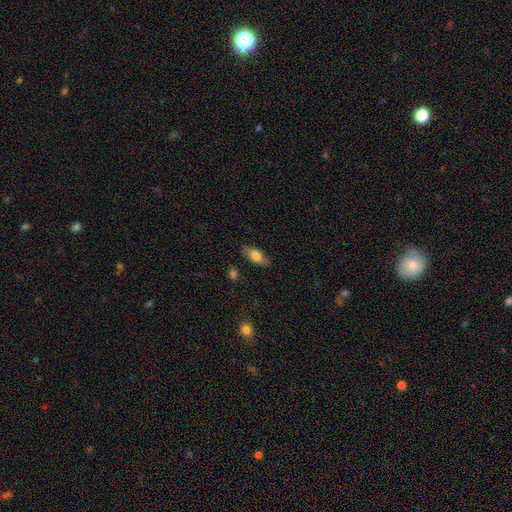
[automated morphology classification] smooth 72%, featured or disk 21%, star or artifact 7%. Down the decision tree: how rounded — in between (83%); merging — none (84%).